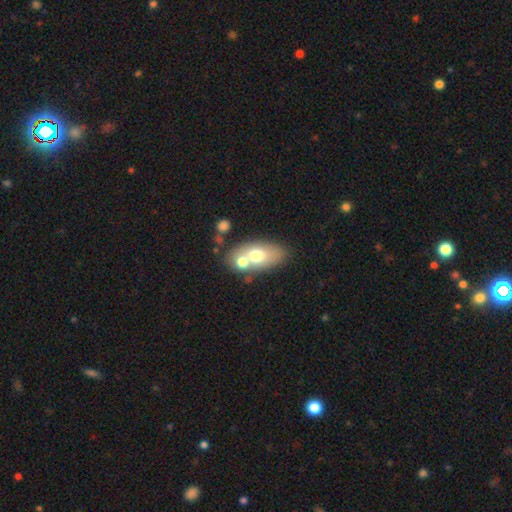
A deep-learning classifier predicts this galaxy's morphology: smooth 63%, featured or disk 27%, star or artifact 9%. Down the decision tree: how rounded — in between (87%); merging — none (50%).